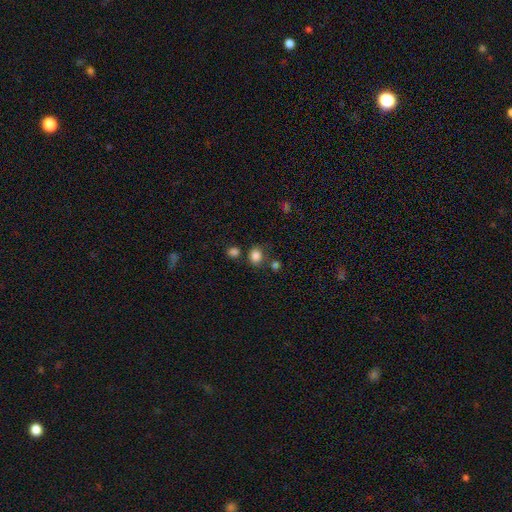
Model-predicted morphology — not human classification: type=smooth (83%); roundness=round (71%); merging=none (72%).